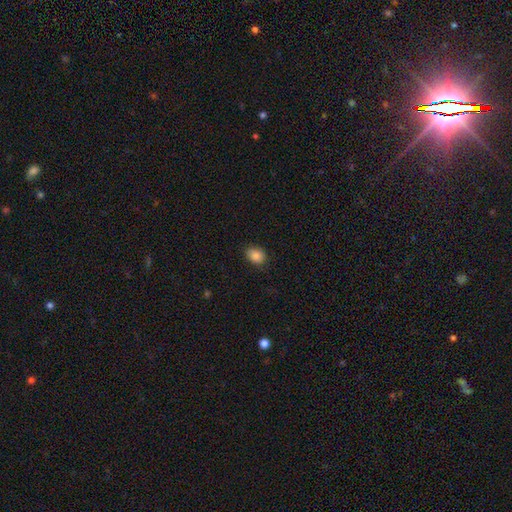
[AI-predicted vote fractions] A smooth galaxy with no disk features (86%) that is in between round and cigar-shaped (65%).

Vote fractions:
- Smooth or featured? smooth: 86% / star or artifact: 9% / featured or disk: 5%
- How rounded? in between: 65% / round: 34% / cigar-shaped: 1%
- Merging? none: 82% / minor disturbance: 14% / major disturbance: 3% / merger: 1%